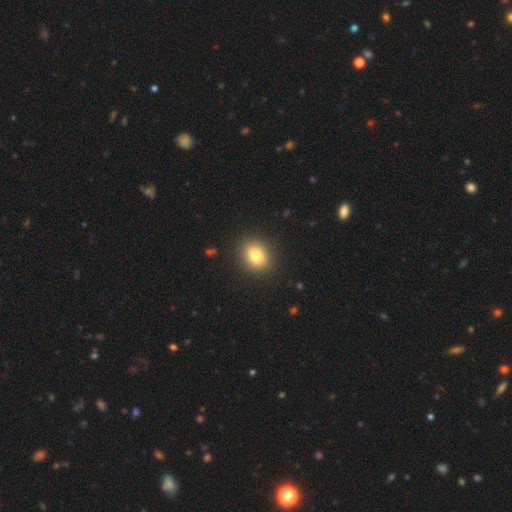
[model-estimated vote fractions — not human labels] Smooth or featured: smooth — 82% (star or artifact — 10%)
How rounded: round — 57% (in between — 42%)
Merging: none — 88% (minor disturbance — 8%)